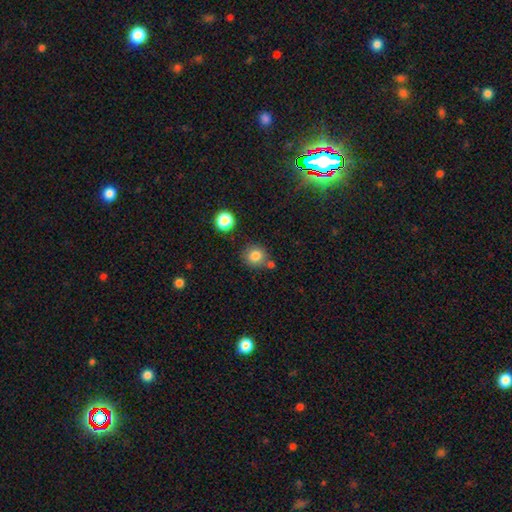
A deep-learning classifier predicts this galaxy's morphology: Overall: smooth (82%). How rounded: round (86%). Merging: none (72%).